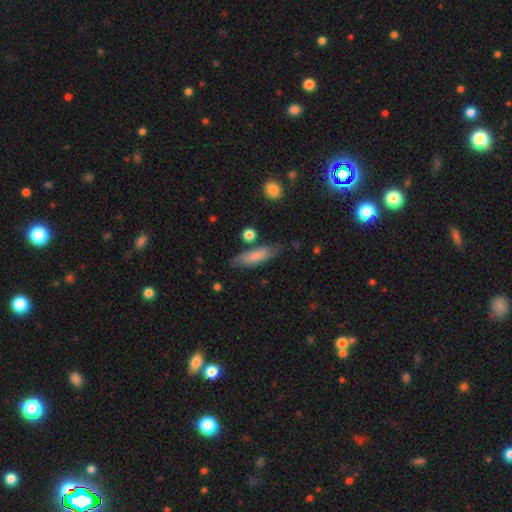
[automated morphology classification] A smooth galaxy with no disk features (77%) that is cigar-shaped (56%).

Vote fractions:
- Smooth or featured? smooth: 77% / featured or disk: 17% / star or artifact: 6%
- How rounded? cigar-shaped: 56% / in between: 41% / round: 2%
- Merging? none: 73% / minor disturbance: 18% / merger: 5% / major disturbance: 4%